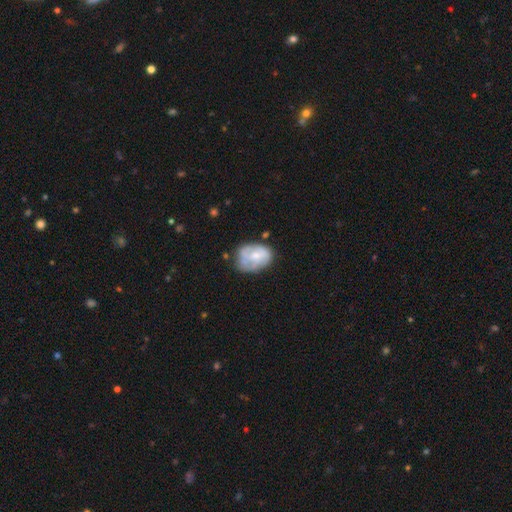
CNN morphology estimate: Overall: featured or disk (47%; smooth 46%). Merging: none (51%; minor disturbance 30%).